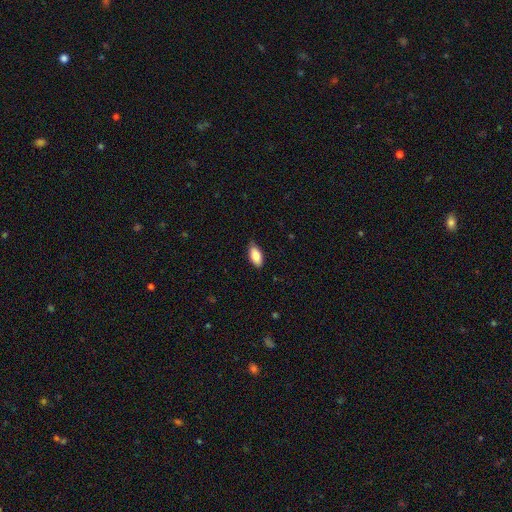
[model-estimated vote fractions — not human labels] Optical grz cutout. It shows a smooth galaxy with no disk features (83%) that is in between round and cigar-shaped (90%). Merging: none (80%).